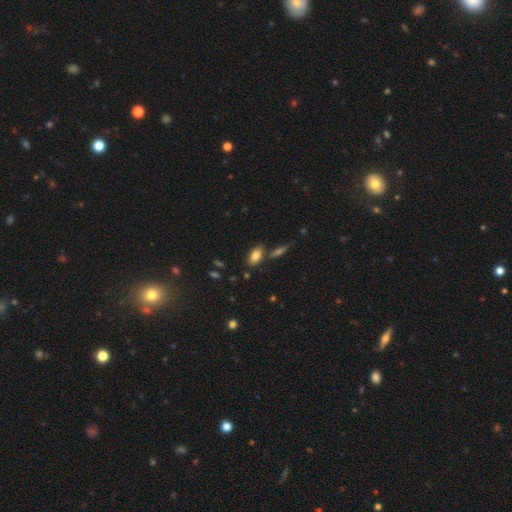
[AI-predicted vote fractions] Overall: smooth (80%). How rounded: in between (89%). Merging: none (74%).